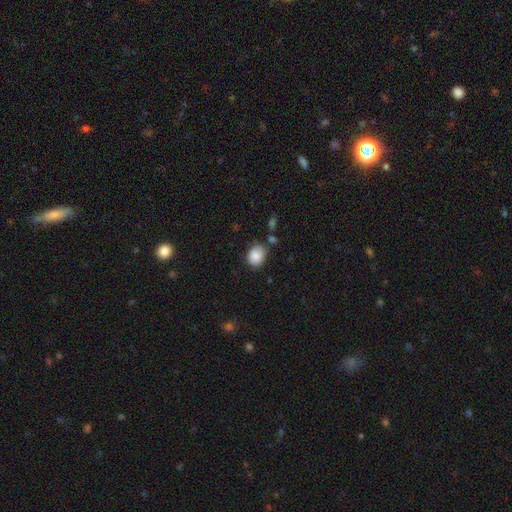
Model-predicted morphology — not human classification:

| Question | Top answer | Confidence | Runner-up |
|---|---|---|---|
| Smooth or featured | smooth | 85% | star or artifact (8%) |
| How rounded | round | 50% | in between (49%) |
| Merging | none | 68% | minor disturbance (22%) |